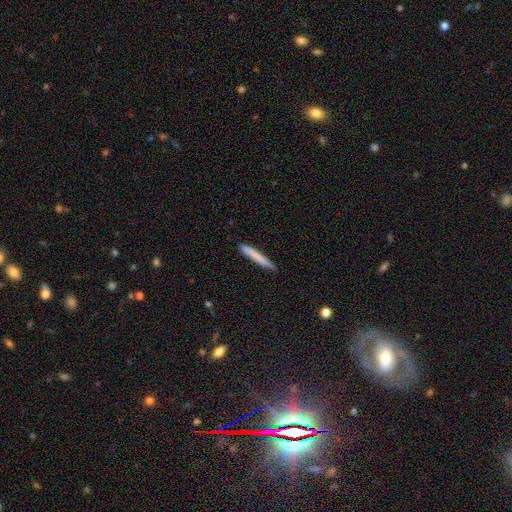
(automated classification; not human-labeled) smooth_or_featured: smooth (p=0.76) [alt: featured or disk p=0.18]
how_rounded: cigar-shaped (p=0.97) [alt: in between p=0.02]
merging: none (p=0.89) [alt: minor disturbance p=0.08]